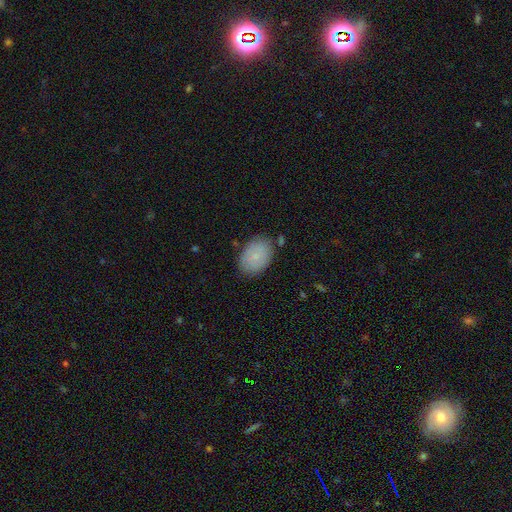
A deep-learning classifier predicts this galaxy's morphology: The model was most divided on "merging": none: 79%, minor disturbance: 15%, major disturbance: 3%, merger: 3%. More confident: how rounded — in between (84%); smooth or featured — smooth (79%).